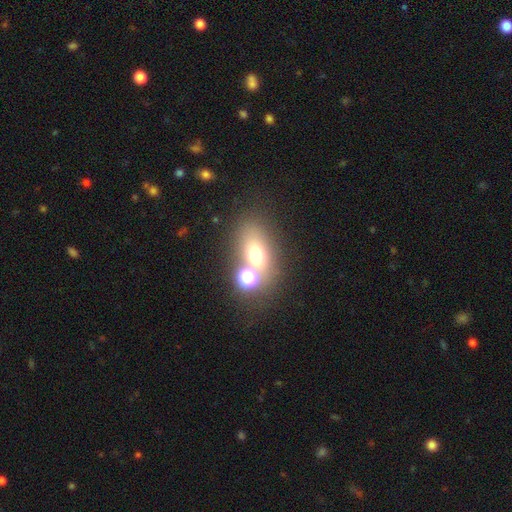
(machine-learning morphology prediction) smooth_or_featured: smooth (p=0.62) [alt: star or artifact p=0.21]
how_rounded: in between (p=0.64) [alt: round p=0.32]
merging: none (p=0.53) [alt: merger p=0.29]